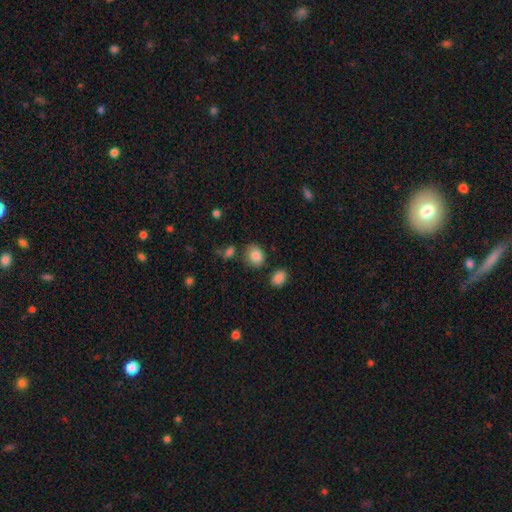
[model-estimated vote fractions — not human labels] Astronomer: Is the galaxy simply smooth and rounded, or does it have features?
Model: smooth — 84%.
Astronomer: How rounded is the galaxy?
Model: in between — 50% (runner-up: round, 49%).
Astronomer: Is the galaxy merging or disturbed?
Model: none — 75%.